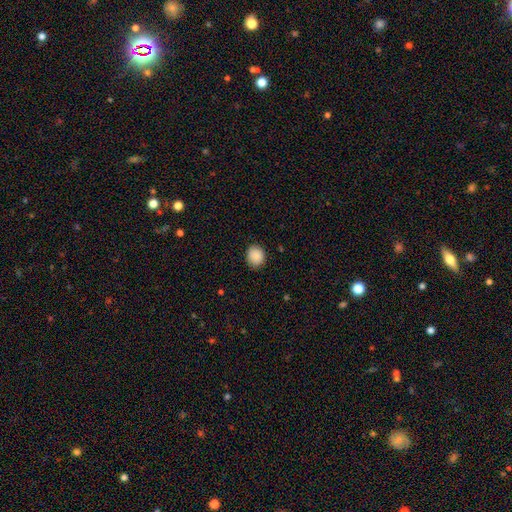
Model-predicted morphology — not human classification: smooth_or_featured: smooth (p=0.89) [alt: star or artifact p=0.08]
how_rounded: round (p=0.72) [alt: in between p=0.27]
merging: none (p=0.86) [alt: minor disturbance p=0.10]